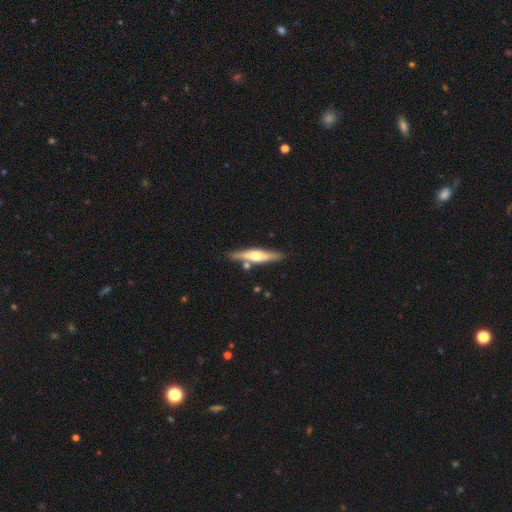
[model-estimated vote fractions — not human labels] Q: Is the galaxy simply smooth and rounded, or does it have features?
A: featured or disk — 62%.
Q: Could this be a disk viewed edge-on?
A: yes — 94%.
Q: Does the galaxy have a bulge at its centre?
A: rounded — 90%.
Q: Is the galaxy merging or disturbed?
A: none — 79%.